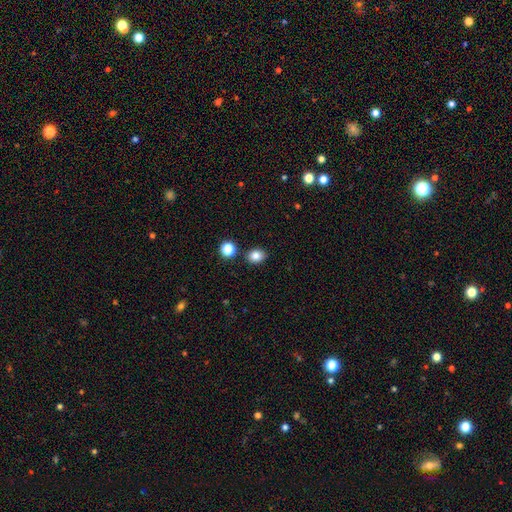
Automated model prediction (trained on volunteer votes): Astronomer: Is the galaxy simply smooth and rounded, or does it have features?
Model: smooth — 83%.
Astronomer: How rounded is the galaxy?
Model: round — 56% (runner-up: in between, 43%).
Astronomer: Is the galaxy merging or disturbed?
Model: none — 85%.